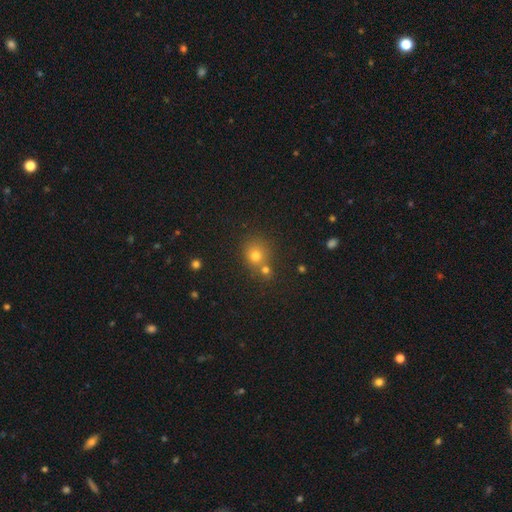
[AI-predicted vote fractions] smooth_or_featured: smooth (p=0.71) [alt: star or artifact p=0.19]
how_rounded: round (p=0.82) [alt: in between p=0.17]
merging: none (p=0.57) [alt: merger p=0.31]